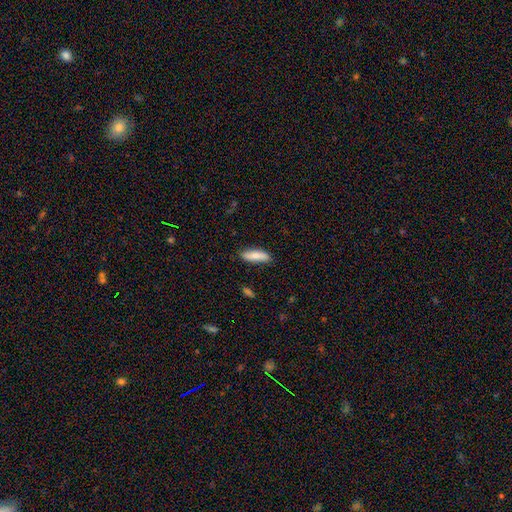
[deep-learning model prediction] Smooth or featured: smooth — 82% (featured or disk — 12%)
How rounded: in between — 50% (cigar-shaped — 49%)
Merging: none — 85% (minor disturbance — 12%)